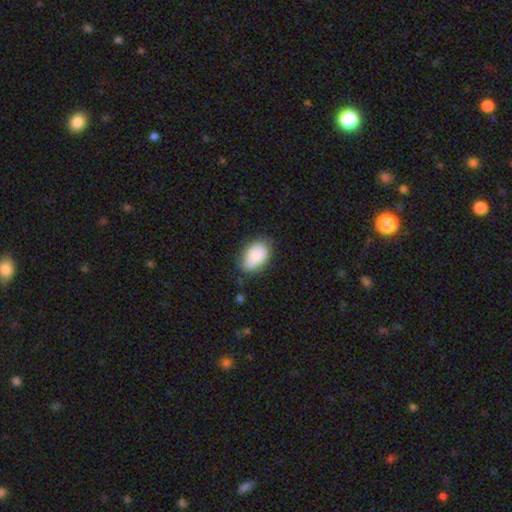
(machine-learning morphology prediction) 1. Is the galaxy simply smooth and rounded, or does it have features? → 86% smooth, 7% featured or disk, 7% star or artifact.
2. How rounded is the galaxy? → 89% in between, 9% round, 1% cigar-shaped.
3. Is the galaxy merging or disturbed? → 68% none, 25% minor disturbance, 5% major disturbance, 2% merger.